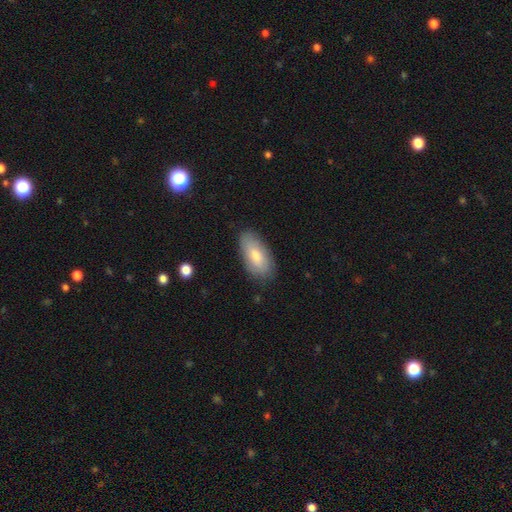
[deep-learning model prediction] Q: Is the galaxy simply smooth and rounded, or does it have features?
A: smooth — 74%.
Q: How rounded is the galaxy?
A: in between — 91%.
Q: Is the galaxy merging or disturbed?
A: none — 82%.